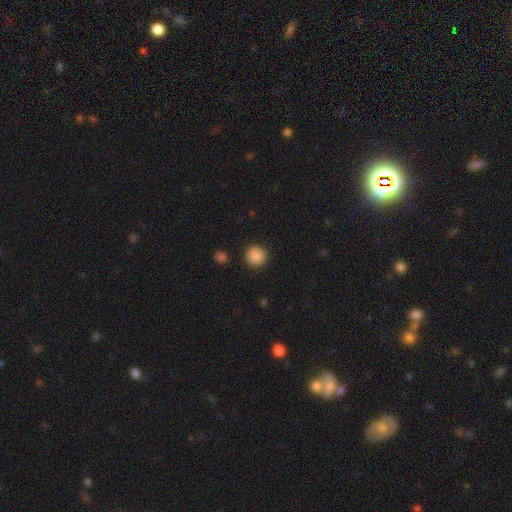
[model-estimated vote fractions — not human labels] A smooth galaxy with no disk features (88%) that is round (94%).

Vote fractions:
- Smooth or featured? smooth: 88% / star or artifact: 9% / featured or disk: 3%
- How rounded? round: 94% / in between: 5% / cigar-shaped: 1%
- Merging? none: 91% / minor disturbance: 6% / major disturbance: 2% / merger: 2%